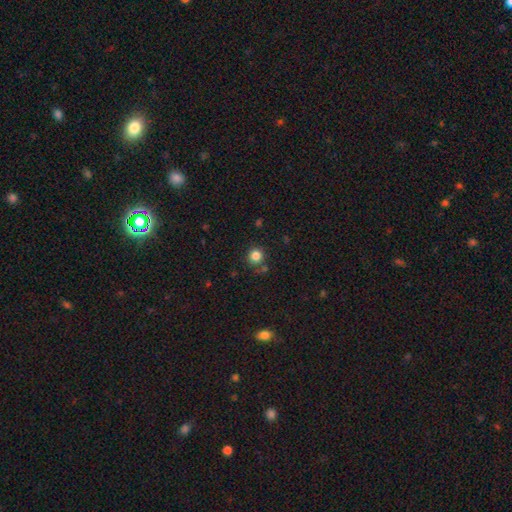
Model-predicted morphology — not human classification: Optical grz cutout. It shows a smooth galaxy with no disk features (82%) that is round (93%). Merging: none (81%).